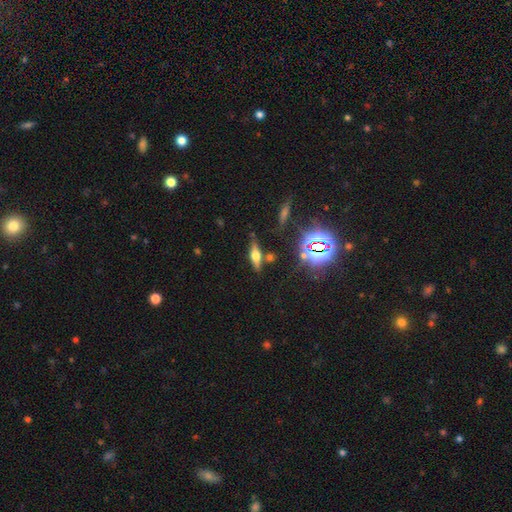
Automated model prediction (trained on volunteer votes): A featured or disk galaxy (48%).

Vote fractions:
- Smooth or featured? featured or disk: 48% / smooth: 33% / star or artifact: 19%
- Merging? none: 76% / minor disturbance: 13% / merger: 7% / major disturbance: 4%